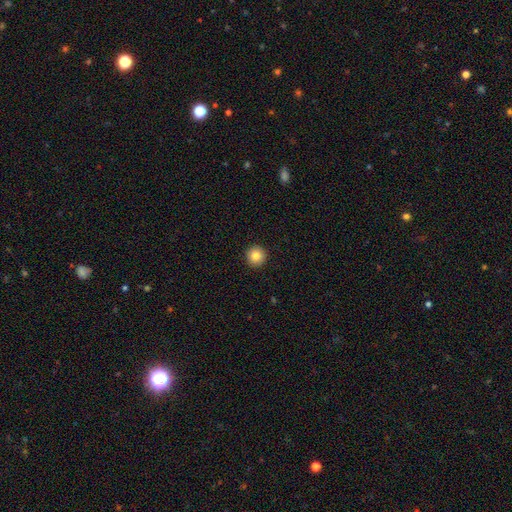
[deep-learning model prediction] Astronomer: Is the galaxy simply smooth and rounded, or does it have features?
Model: smooth — 83%.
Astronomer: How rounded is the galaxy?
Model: round — 96%.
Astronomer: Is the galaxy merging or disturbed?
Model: none — 94%.